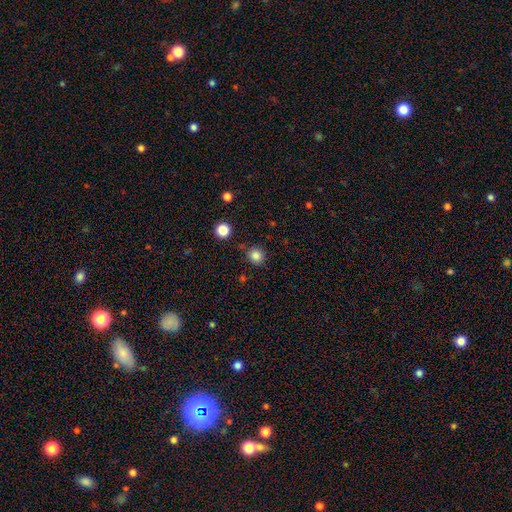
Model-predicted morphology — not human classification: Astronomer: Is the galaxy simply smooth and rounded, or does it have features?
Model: smooth — 84%.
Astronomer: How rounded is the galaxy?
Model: round — 89%.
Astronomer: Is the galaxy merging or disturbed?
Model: none — 83%.